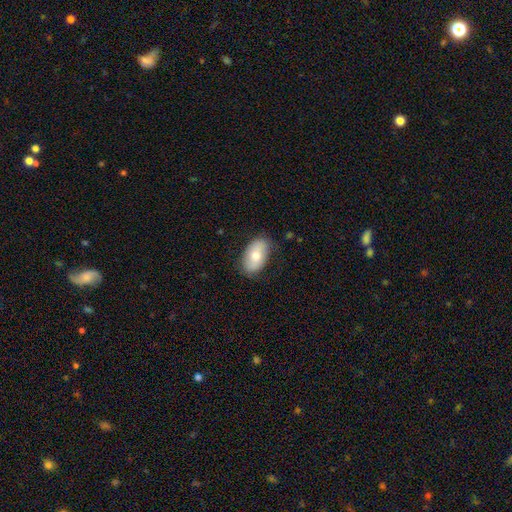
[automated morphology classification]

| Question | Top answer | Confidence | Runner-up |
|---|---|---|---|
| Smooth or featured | smooth | 68% | featured or disk (26%) |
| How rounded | in between | 93% | round (6%) |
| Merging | none | 80% | minor disturbance (16%) |